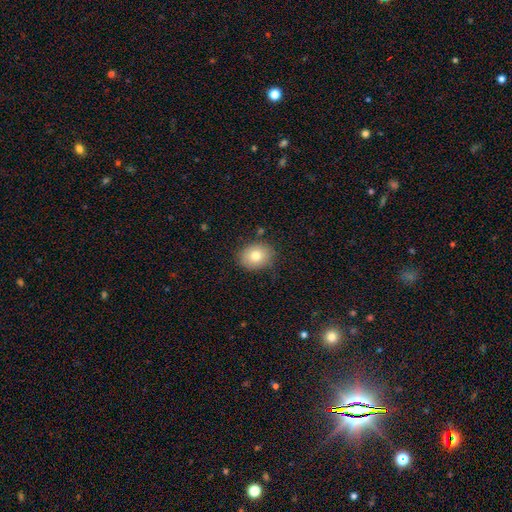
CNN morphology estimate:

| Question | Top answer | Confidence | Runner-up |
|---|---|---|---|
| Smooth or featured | smooth | 78% | featured or disk (12%) |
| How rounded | round | 55% | in between (44%) |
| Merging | none | 83% | minor disturbance (12%) |